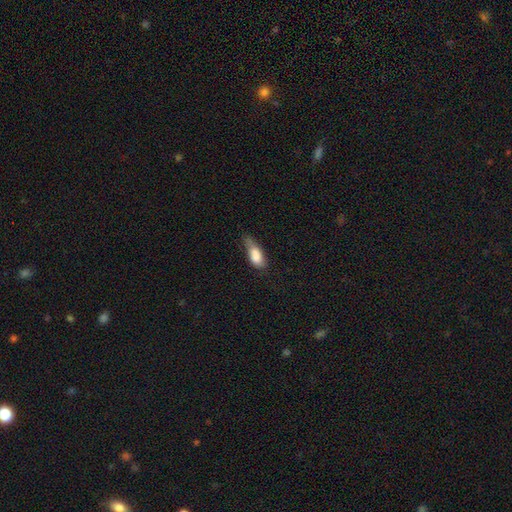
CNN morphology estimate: Smooth or featured? Predicted: smooth (p=0.80). How rounded? Predicted: in between (p=0.80). Merging? Predicted: minor disturbance (p=0.43).